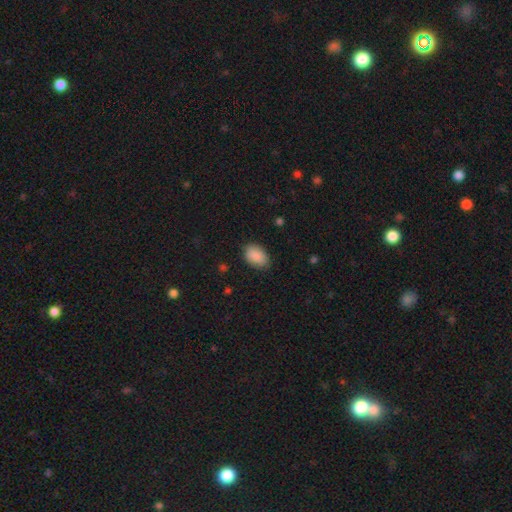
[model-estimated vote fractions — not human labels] Q: Smooth or featured?
A: smooth (89%); runner-up: star or artifact (7%)
Q: How rounded?
A: in between (89%); runner-up: round (10%)
Q: Merging?
A: none (81%); runner-up: minor disturbance (15%)